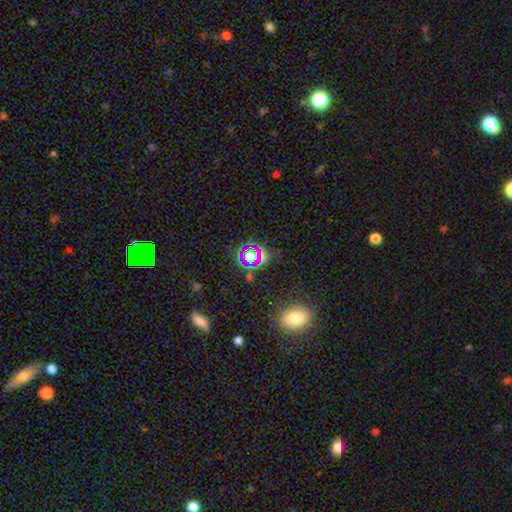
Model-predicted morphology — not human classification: A star or artifact, not a galaxy (62%).